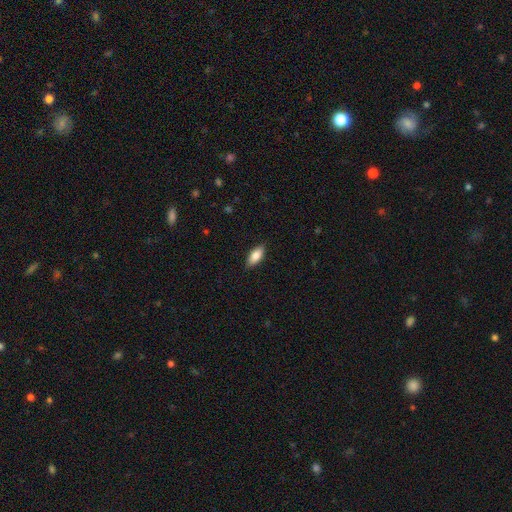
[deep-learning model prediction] smooth 80%, featured or disk 13%, star or artifact 6%. Down the decision tree: how rounded — in between (83%); merging — none (87%).